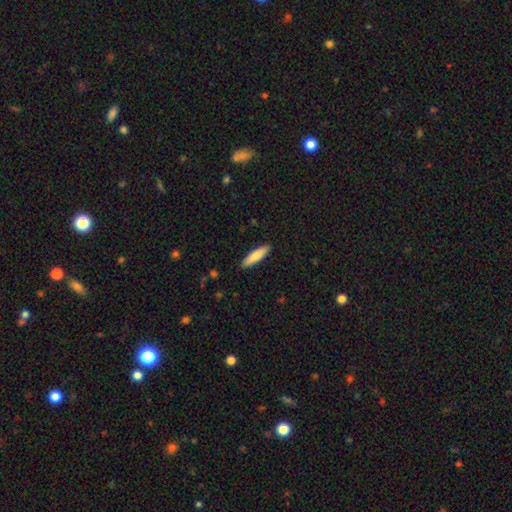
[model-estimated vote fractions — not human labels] Morphology: type=smooth (77%); roundness=cigar-shaped (73%); merging=none (91%).